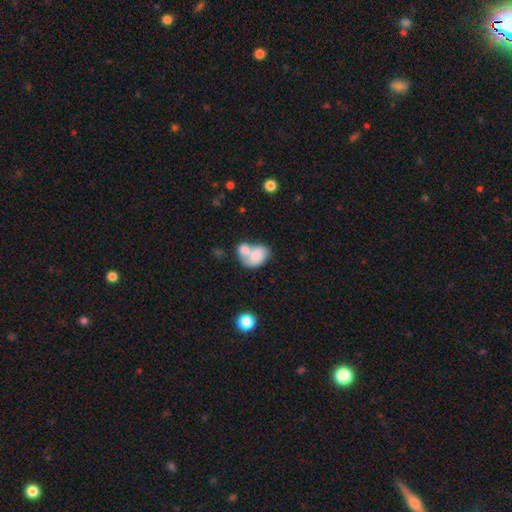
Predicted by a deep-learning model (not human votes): Smooth or featured: smooth — 72% (featured or disk — 21%)
How rounded: in between — 77% (round — 22%)
Merging: merger — 69% (none — 17%)